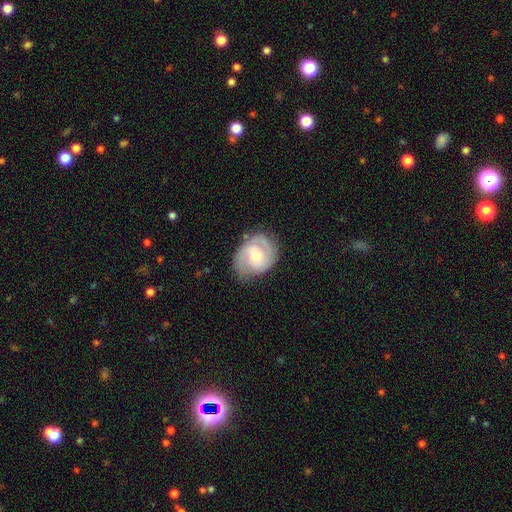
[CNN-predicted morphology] smooth-or-featured: featured or disk: 71% | smooth: 23% | star or artifact: 6%
  disk-edge-on: no: 97% | yes: 3%
    bar: no: 50% | weak: 41% | strong: 9%
    has-spiral-arms: yes: 89% | no: 11%
      spiral-winding: tight: 45% | medium: 42% | loose: 13%
      spiral-arm-count: 2: 66% | can't tell: 16% | 3: 9% | 1: 6% | 4: 2% | more than 4: 2%
    bulge-size: moderate: 66% | small: 26% | large: 6% | none: 1% | dominant: 1%
  merging: none: 67% | minor disturbance: 24% | major disturbance: 8% | merger: 2%